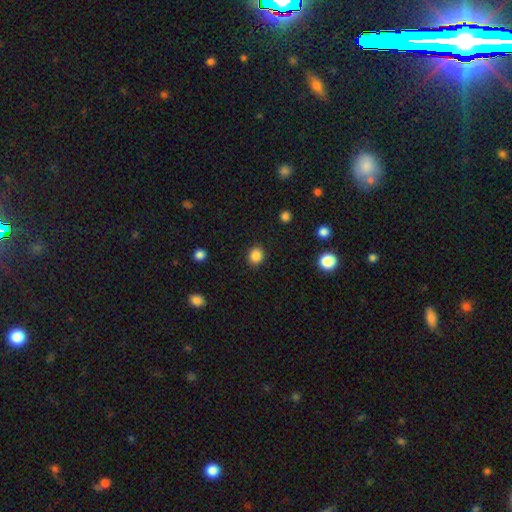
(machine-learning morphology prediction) A smooth galaxy with no disk features (86%) that is round (81%).

Vote fractions:
- Smooth or featured? smooth: 86% / star or artifact: 11% / featured or disk: 3%
- How rounded? round: 81% / in between: 18% / cigar-shaped: 1%
- Merging? none: 90% / minor disturbance: 7% / major disturbance: 2% / merger: 1%